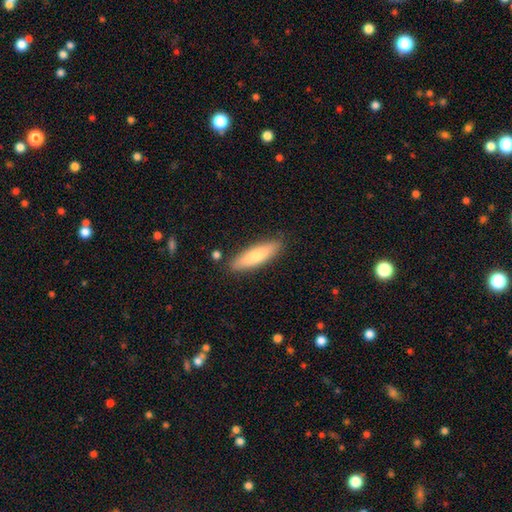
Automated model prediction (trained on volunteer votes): A smooth galaxy with no disk features (71%) that is cigar-shaped (62%).

Vote fractions:
- Smooth or featured? smooth: 71% / featured or disk: 23% / star or artifact: 6%
- How rounded? cigar-shaped: 62% / in between: 36% / round: 2%
- Merging? none: 85% / minor disturbance: 10% / merger: 2% / major disturbance: 2%